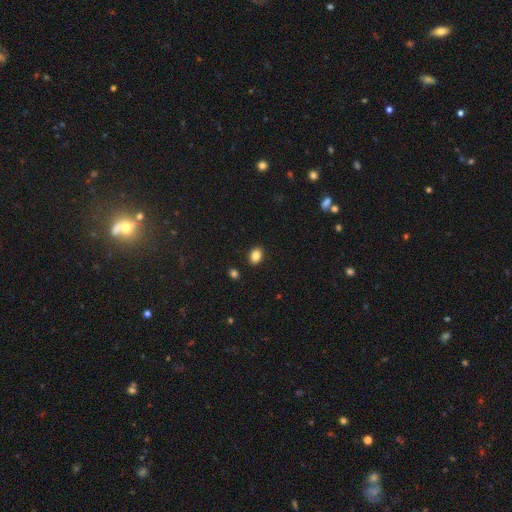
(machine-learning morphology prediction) Smooth or featured? Predicted: smooth (p=0.85). How rounded? Predicted: in between (p=0.70). Merging? Predicted: none (p=0.89).